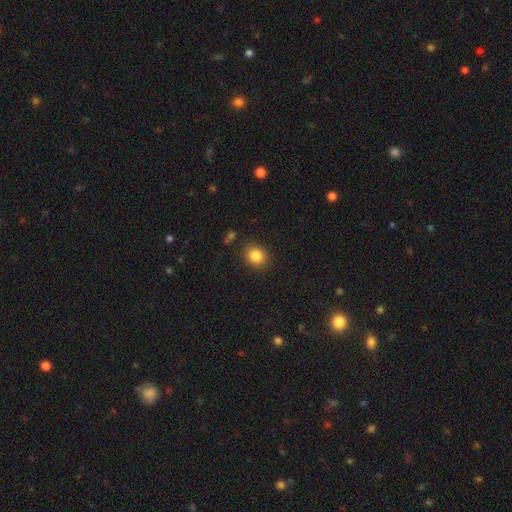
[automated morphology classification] This is clearly a smooth galaxy (85%). How rounded: likely round (74%). Merging: clearly none (86%).